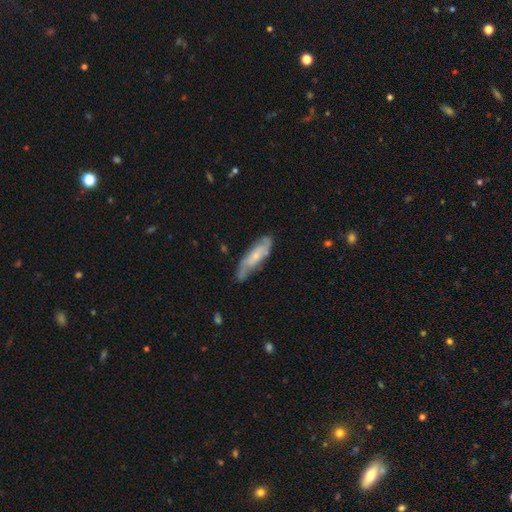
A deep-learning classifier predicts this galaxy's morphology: This appears to be a featured or disk galaxy (55%). Merging: none (63%).